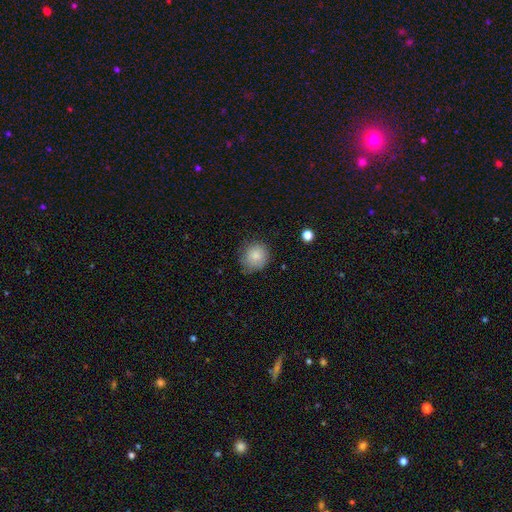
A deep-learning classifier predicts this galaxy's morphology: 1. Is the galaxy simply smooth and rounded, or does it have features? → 82% smooth, 9% featured or disk, 8% star or artifact.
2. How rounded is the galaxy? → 88% round, 11% in between, 1% cigar-shaped.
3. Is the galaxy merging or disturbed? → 70% none, 24% minor disturbance, 5% major disturbance, 1% merger.